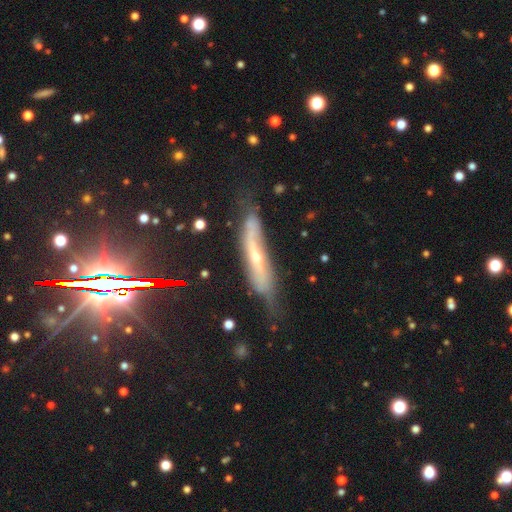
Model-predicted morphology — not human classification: featured or disk 66%, smooth 20%, star or artifact 13%. Down the decision tree: edge-on disk — yes (60%); merging — none (53%).